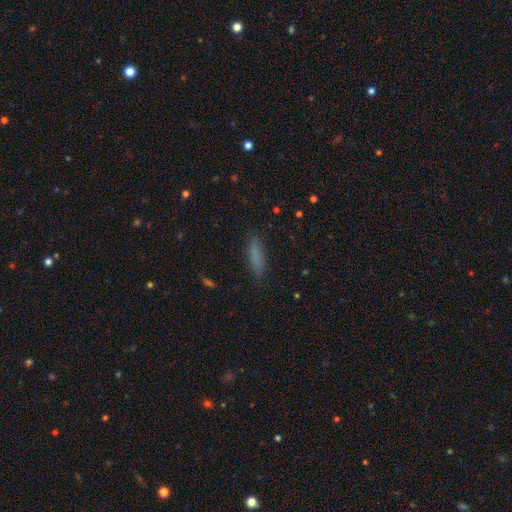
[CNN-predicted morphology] Overall: smooth (82%). How rounded: cigar-shaped (75%). Merging: none (85%).